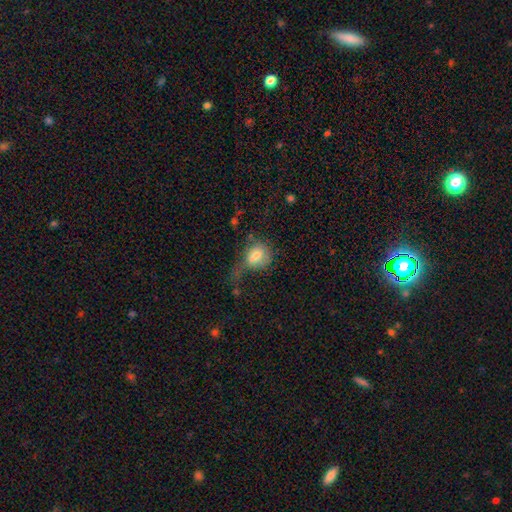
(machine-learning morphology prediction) smooth_or_featured: smooth (p=0.68) [alt: featured or disk p=0.22]
how_rounded: in between (p=0.51) [alt: round p=0.47]
merging: major disturbance (p=0.43) [alt: none p=0.24]